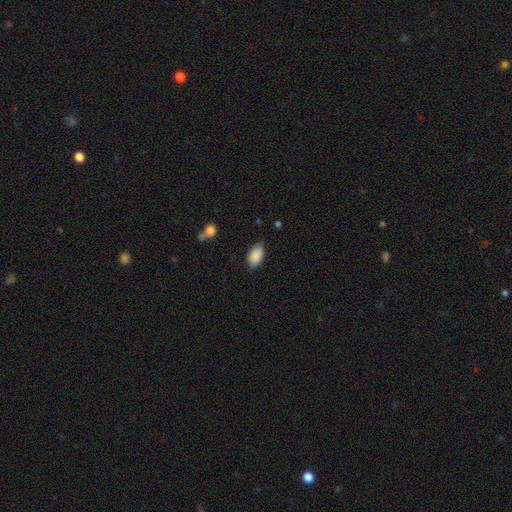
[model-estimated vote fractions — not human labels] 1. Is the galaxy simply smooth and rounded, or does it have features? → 89% smooth, 7% star or artifact, 5% featured or disk.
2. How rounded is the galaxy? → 93% in between, 5% round, 2% cigar-shaped.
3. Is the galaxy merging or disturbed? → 72% none, 23% minor disturbance, 4% major disturbance, 2% merger.